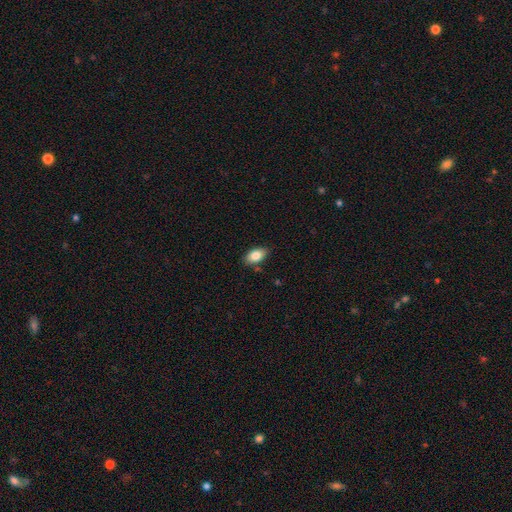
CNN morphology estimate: Q: Smooth or featured?
A: smooth (83%); runner-up: featured or disk (10%)
Q: How rounded?
A: in between (91%); runner-up: round (7%)
Q: Merging?
A: none (82%); runner-up: minor disturbance (14%)